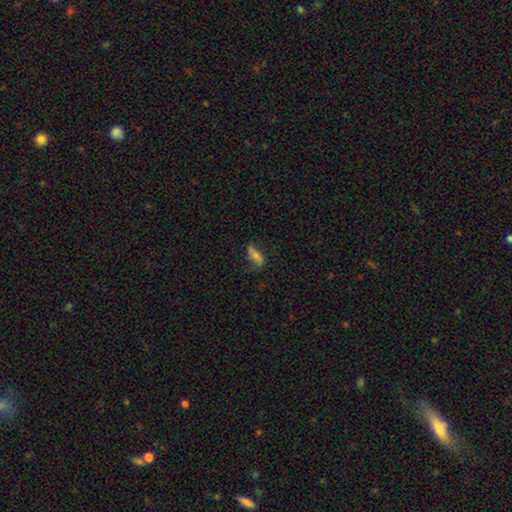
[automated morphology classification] Smooth or featured?
  - smooth: 62% *
  - featured or disk: 28%
  - star or artifact: 10%
How rounded?
  - in between: 75% *
  - cigar-shaped: 21%
  - round: 4%
Merging?
  - none: 57% *
  - minor disturbance: 27%
  - major disturbance: 12%
  - merger: 4%